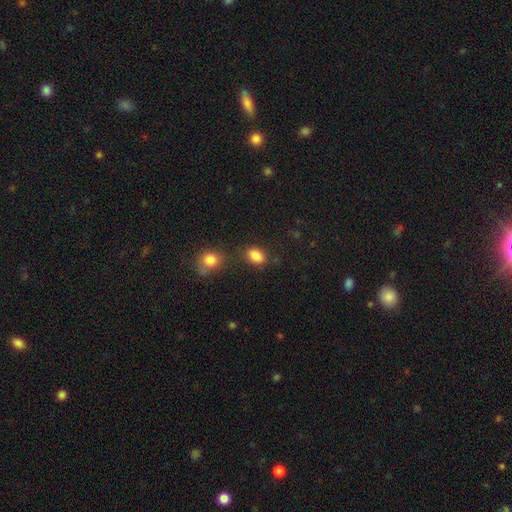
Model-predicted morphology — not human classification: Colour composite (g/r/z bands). It shows a smooth galaxy with no disk features (85%) that is in between round and cigar-shaped (77%). Merging: none (69%).